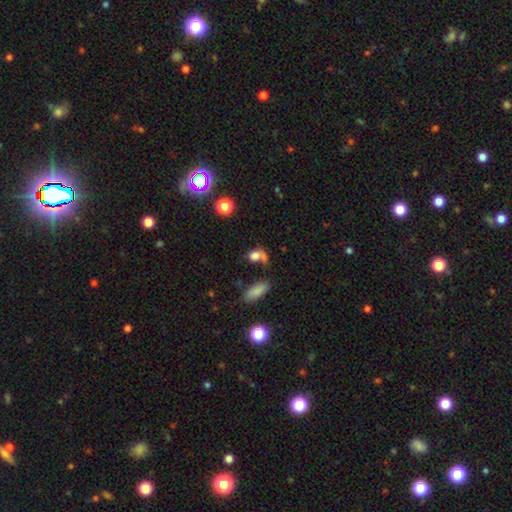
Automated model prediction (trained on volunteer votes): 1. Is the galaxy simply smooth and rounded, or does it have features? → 73% smooth, 14% star or artifact, 12% featured or disk.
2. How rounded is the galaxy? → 63% in between, 34% round, 4% cigar-shaped.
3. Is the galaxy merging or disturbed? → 34% merger, 33% none, 18% major disturbance, 15% minor disturbance.